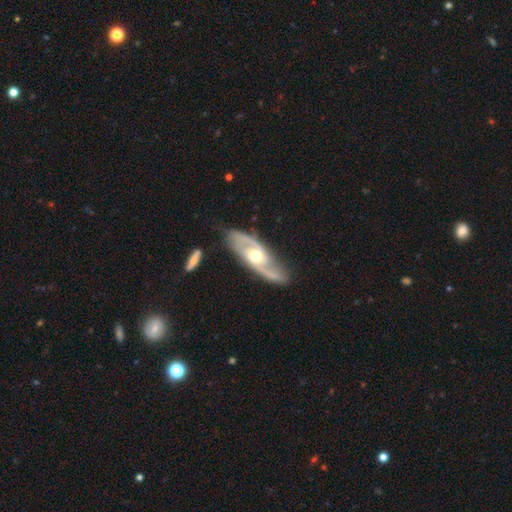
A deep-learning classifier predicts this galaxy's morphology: The model was most divided on "spiral winding": medium: 49%, tight: 28%, loose: 23%. More confident: spiral arms — yes (93%); edge-on disk — no (89%); spiral arm count — 2 (88%); smooth or featured — featured or disk (87%); merging — none (80%); bulge size — moderate (75%); bar — no (66%).